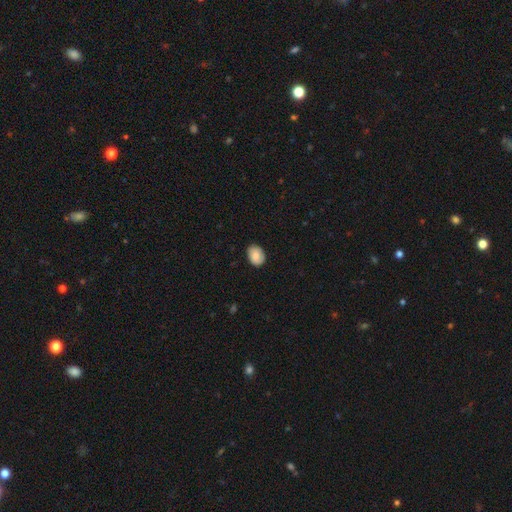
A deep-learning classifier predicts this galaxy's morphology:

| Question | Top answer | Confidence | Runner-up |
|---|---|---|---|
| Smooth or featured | smooth | 83% | featured or disk (10%) |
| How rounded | in between | 66% | round (33%) |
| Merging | none | 85% | minor disturbance (12%) |